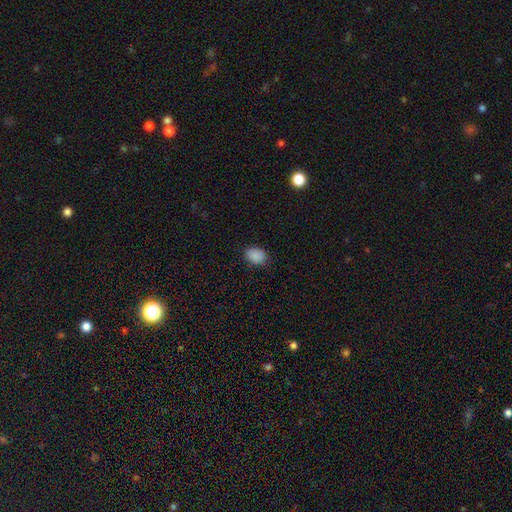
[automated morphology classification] Overall: smooth (88%). How rounded: in between (73%). Merging: none (85%).